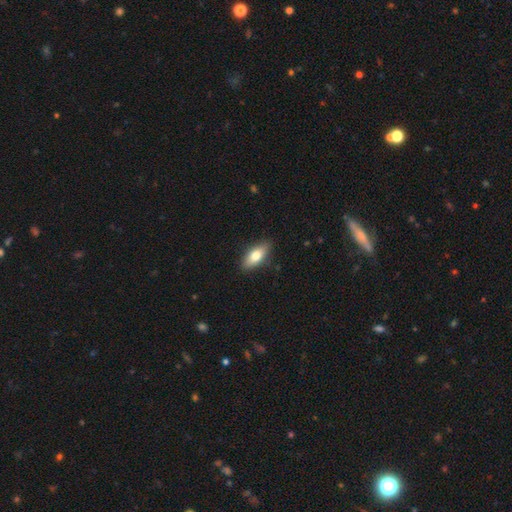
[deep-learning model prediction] Smooth or featured: smooth — 73% (featured or disk — 21%)
How rounded: in between — 79% (cigar-shaped — 18%)
Merging: none — 88% (minor disturbance — 9%)